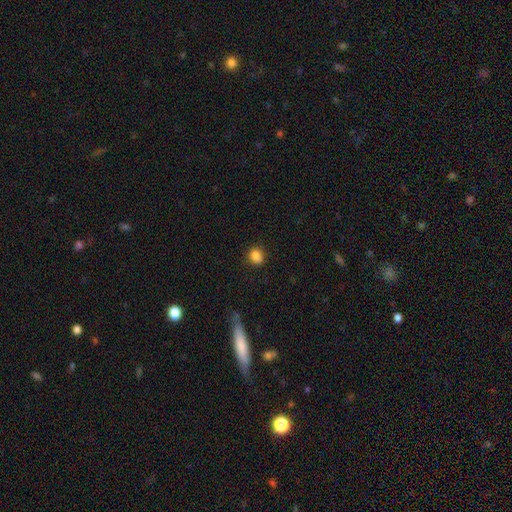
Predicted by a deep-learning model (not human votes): smooth-or-featured: smooth: 85% | star or artifact: 11% | featured or disk: 5%
  how-rounded: round: 66% | in between: 33% | cigar-shaped: 1%
  merging: none: 80% | minor disturbance: 14% | major disturbance: 3% | merger: 2%